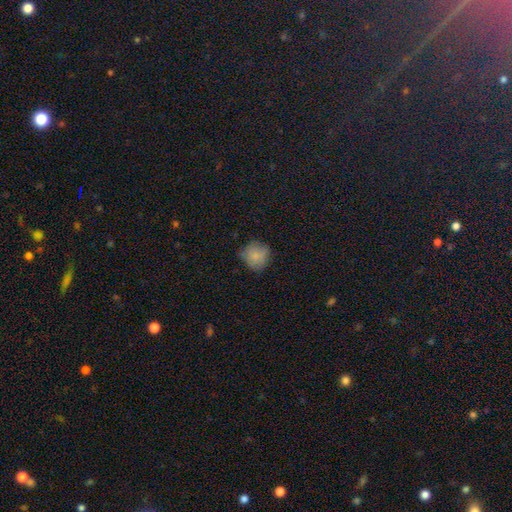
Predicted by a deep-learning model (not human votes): Q: Smooth or featured?
A: smooth (79%); runner-up: featured or disk (11%)
Q: How rounded?
A: round (87%); runner-up: in between (12%)
Q: Merging?
A: none (71%); runner-up: minor disturbance (22%)